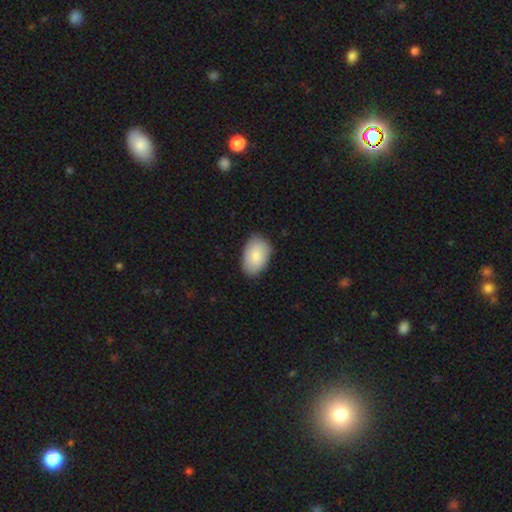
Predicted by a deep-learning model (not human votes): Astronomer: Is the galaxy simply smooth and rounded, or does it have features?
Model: smooth — 80%.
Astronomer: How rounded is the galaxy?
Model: in between — 90%.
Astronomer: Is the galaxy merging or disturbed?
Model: none — 82%.